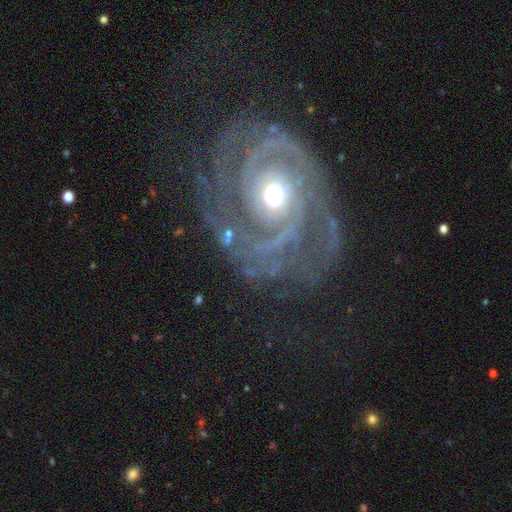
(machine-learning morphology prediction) smooth-or-featured: featured or disk: 92% | star or artifact: 5% | smooth: 3%
  disk-edge-on: no: 97% | yes: 3%
    bar: no: 70% | weak: 20% | strong: 10%
    has-spiral-arms: yes: 98% | no: 2%
      spiral-winding: tight: 71% | medium: 25% | loose: 4%
      spiral-arm-count: 2: 55% | 3: 17% | can't tell: 11% | 4: 6% | more than 4: 6% | 1: 5%
    bulge-size: moderate: 70% | small: 18% | large: 10% | dominant: 1% | none: 1%
  merging: none: 69% | minor disturbance: 18% | major disturbance: 11% | merger: 2%